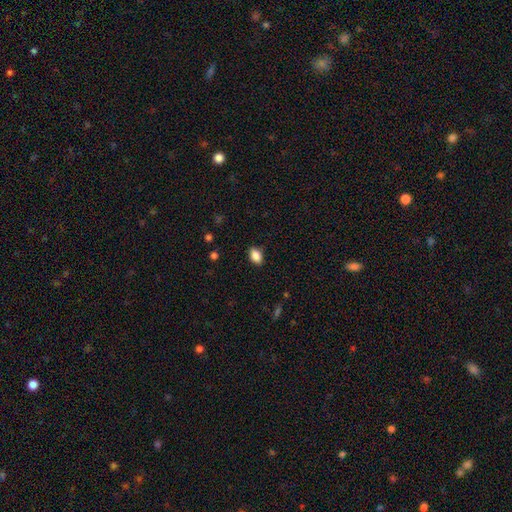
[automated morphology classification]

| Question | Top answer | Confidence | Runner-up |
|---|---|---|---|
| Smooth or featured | smooth | 87% | star or artifact (8%) |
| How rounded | in between | 86% | round (12%) |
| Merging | none | 86% | minor disturbance (10%) |